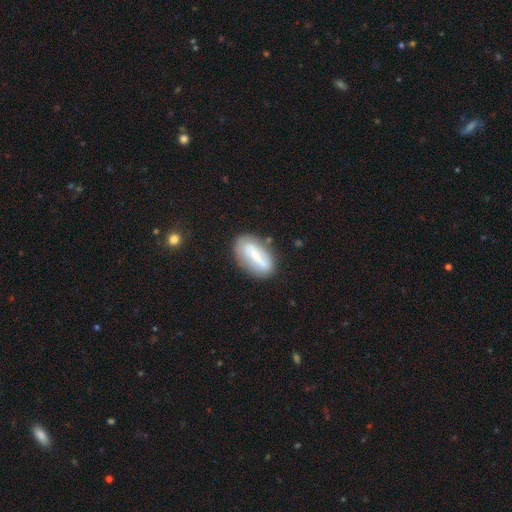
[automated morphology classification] featured or disk 49%, smooth 44%, star or artifact 7%. Down the decision tree: merging — none (75%).